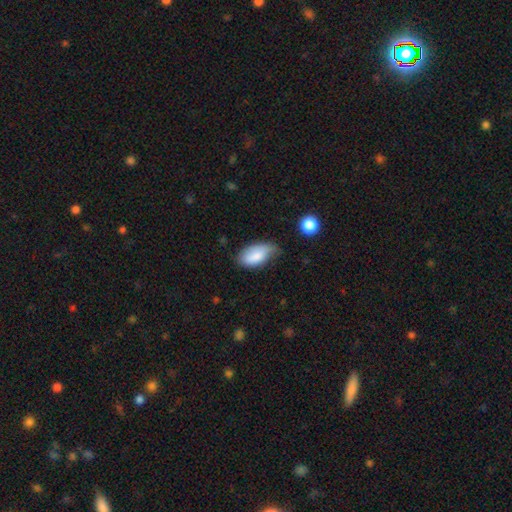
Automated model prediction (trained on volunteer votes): smooth_or_featured: smooth (p=0.81) [alt: featured or disk p=0.12]
how_rounded: in between (p=0.93) [alt: cigar-shaped p=0.03]
merging: minor disturbance (p=0.44) [alt: none p=0.42]